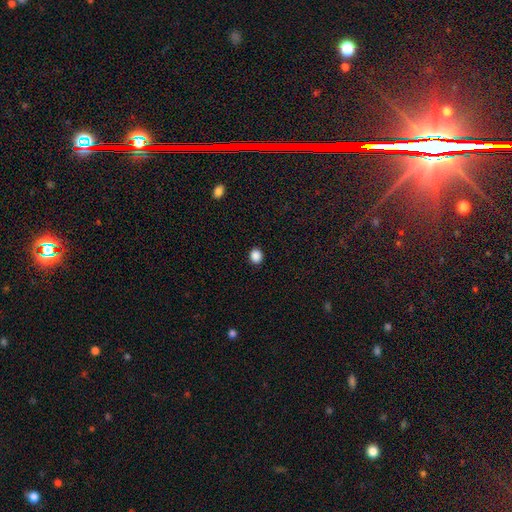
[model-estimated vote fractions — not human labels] The model was most divided on "how rounded": round: 71%, in between: 28%, cigar-shaped: 1%. More confident: merging — none (92%); smooth or featured — smooth (88%).